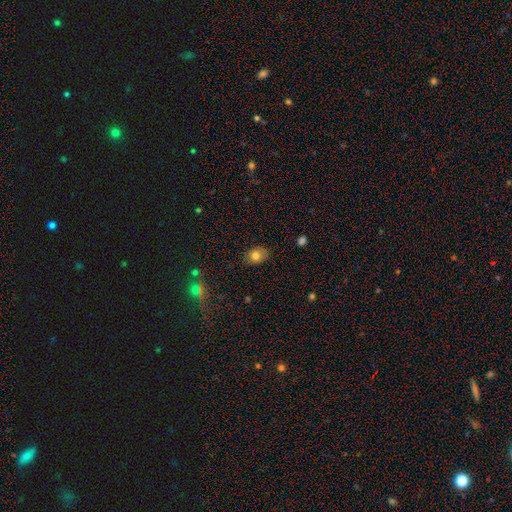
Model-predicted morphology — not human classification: smooth_or_featured: smooth (p=0.79) [alt: featured or disk p=0.11]
how_rounded: in between (p=0.64) [alt: round p=0.35]
merging: none (p=0.82) [alt: minor disturbance p=0.15]